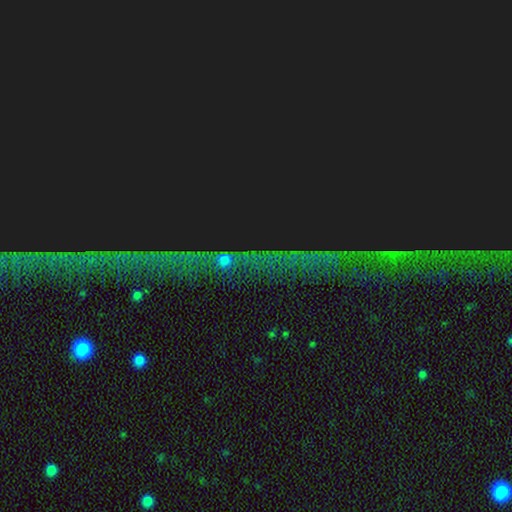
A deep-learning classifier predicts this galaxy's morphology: Smooth or featured: star or artifact — 67% (featured or disk — 19%)